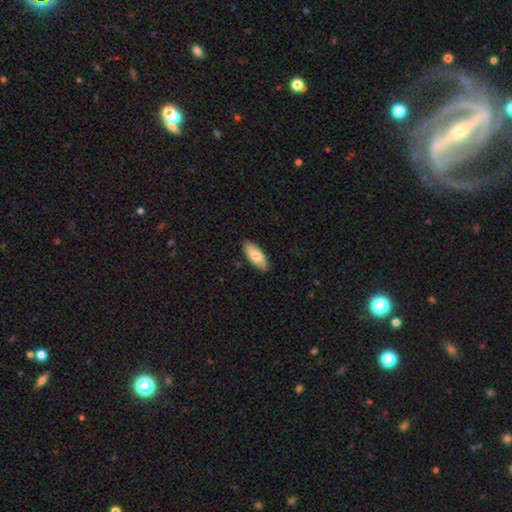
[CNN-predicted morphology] Smooth or featured: smooth — 78% (featured or disk — 17%)
How rounded: in between — 80% (cigar-shaped — 18%)
Merging: none — 87% (minor disturbance — 10%)